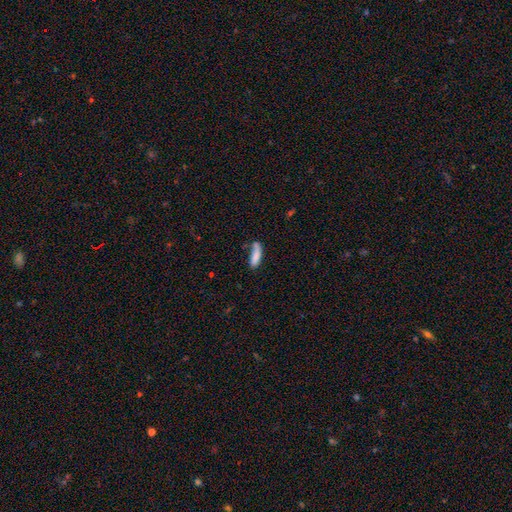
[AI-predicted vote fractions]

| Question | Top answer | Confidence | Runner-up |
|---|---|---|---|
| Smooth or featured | smooth | 82% | featured or disk (10%) |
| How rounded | cigar-shaped | 63% | in between (35%) |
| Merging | none | 55% | minor disturbance (23%) |